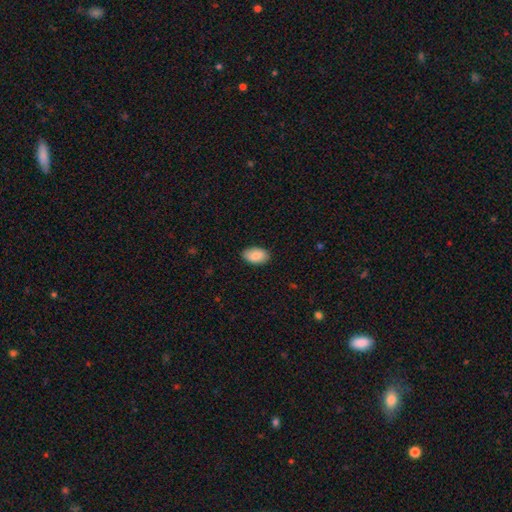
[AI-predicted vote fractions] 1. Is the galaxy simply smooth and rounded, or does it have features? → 87% smooth, 7% featured or disk, 6% star or artifact.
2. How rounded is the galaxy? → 93% in between, 5% round, 1% cigar-shaped.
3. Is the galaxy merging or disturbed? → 87% none, 10% minor disturbance, 2% major disturbance, 1% merger.